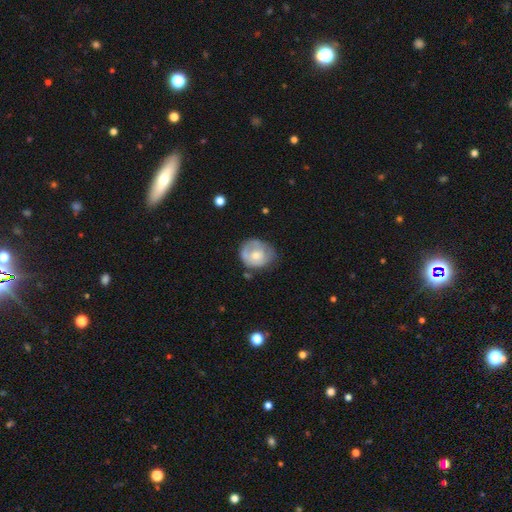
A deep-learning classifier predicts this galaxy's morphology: Smooth or featured? Predicted: smooth (p=0.50). Merging? Predicted: none (p=0.55).